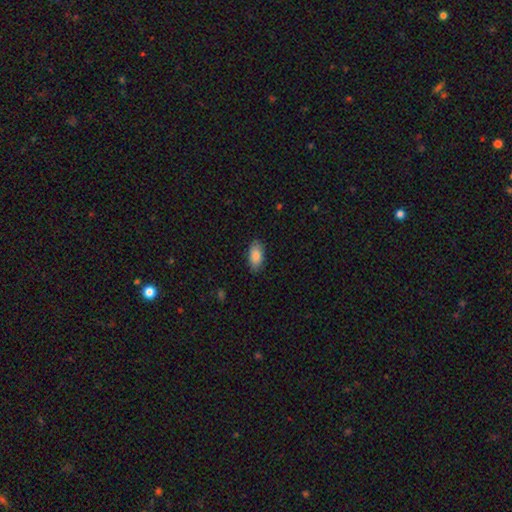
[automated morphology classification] Smooth or featured: smooth — 85% (featured or disk — 9%)
How rounded: in between — 92% (cigar-shaped — 5%)
Merging: none — 84% (minor disturbance — 12%)